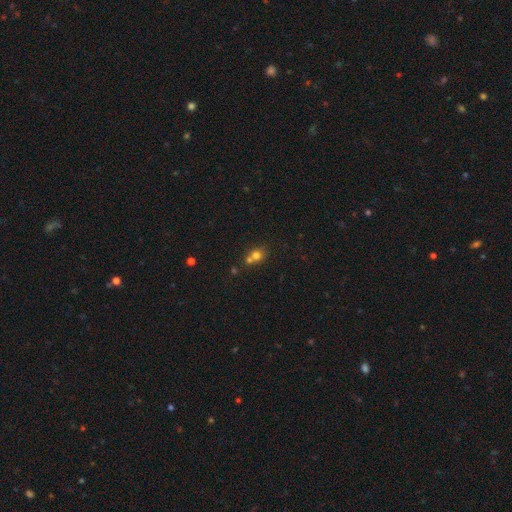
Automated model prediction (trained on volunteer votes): The model was most divided on "merging": merger: 46%, none: 42%, minor disturbance: 8%, major disturbance: 3%. More confident: how rounded — round (75%); smooth or featured — smooth (72%).